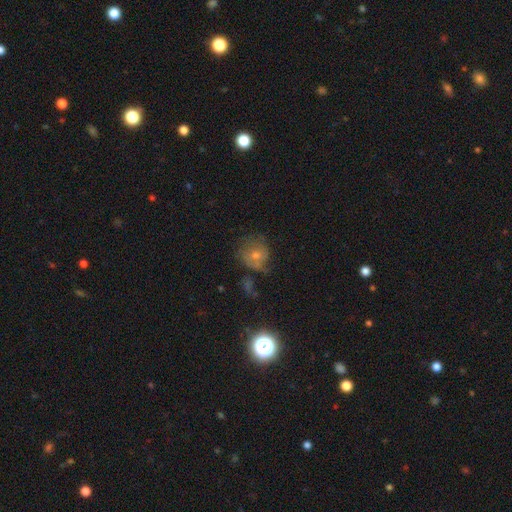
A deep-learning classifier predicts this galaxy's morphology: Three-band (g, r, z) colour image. It shows a featured or disk galaxy (38%). Merging: none (62%).